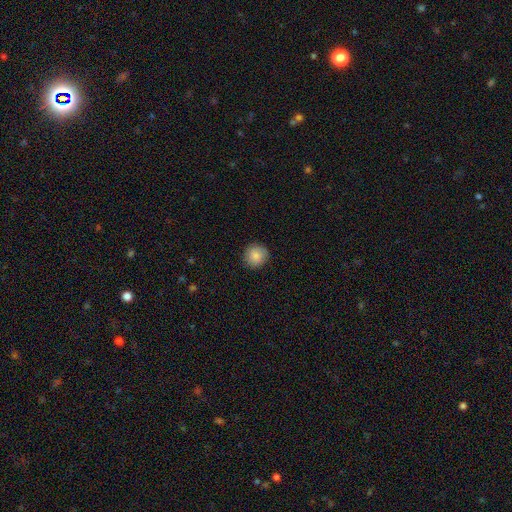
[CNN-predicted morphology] A smooth galaxy with no disk features (86%) that is round (91%).

Vote fractions:
- Smooth or featured? smooth: 86% / star or artifact: 8% / featured or disk: 6%
- How rounded? round: 91% / in between: 8% / cigar-shaped: 1%
- Merging? none: 87% / minor disturbance: 10% / major disturbance: 2% / merger: 1%